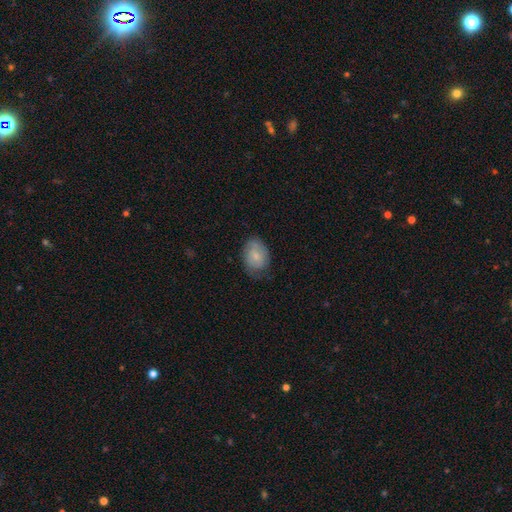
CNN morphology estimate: A smooth galaxy with no disk features (69%) that is in between round and cigar-shaped (73%).

Vote fractions:
- Smooth or featured? smooth: 69% / featured or disk: 24% / star or artifact: 7%
- How rounded? in between: 73% / round: 26% / cigar-shaped: 1%
- Merging? none: 62% / minor disturbance: 29% / major disturbance: 9% / merger: 1%